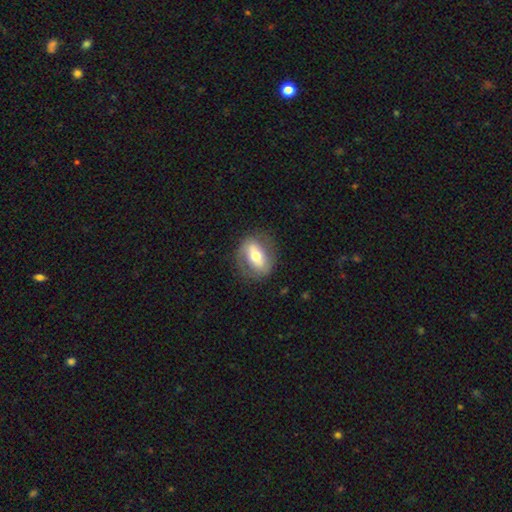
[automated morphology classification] This is possibly a featured or disk galaxy (48%). Merging: likely none (78%).